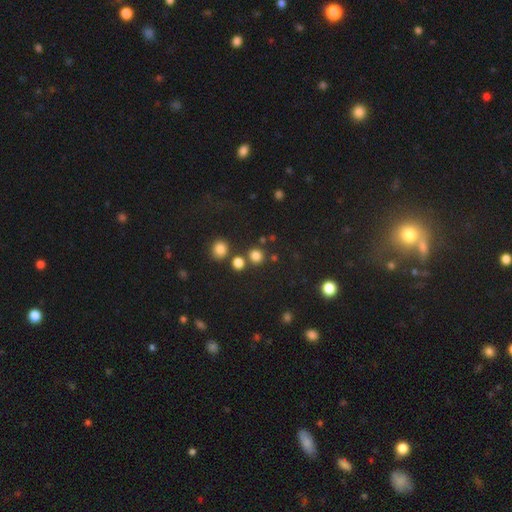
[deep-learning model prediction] Smooth or featured? smooth (78%)
How rounded? round (89%)
Merging? none (78%)